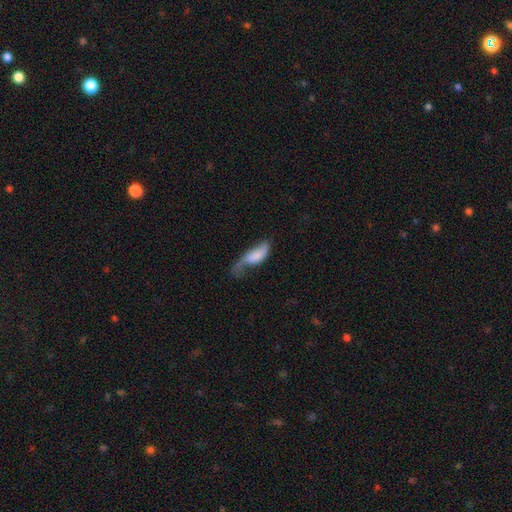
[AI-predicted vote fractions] The model was most divided on "merging": major disturbance: 43%, minor disturbance: 27%, none: 24%, merger: 6%. More confident: how rounded — in between (73%); smooth or featured — smooth (54%).